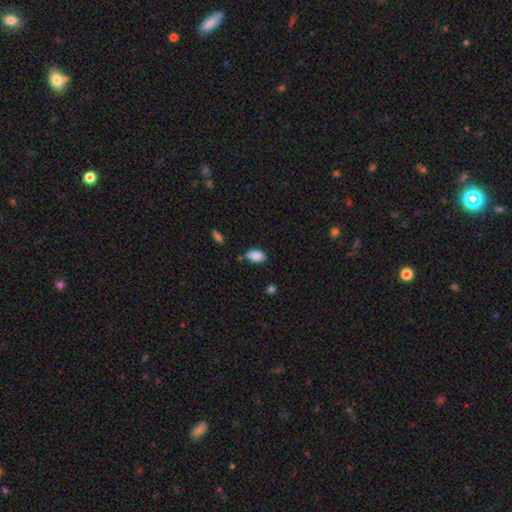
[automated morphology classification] Smooth or featured? Predicted: smooth (p=0.89). How rounded? Predicted: in between (p=0.92). Merging? Predicted: none (p=0.78).